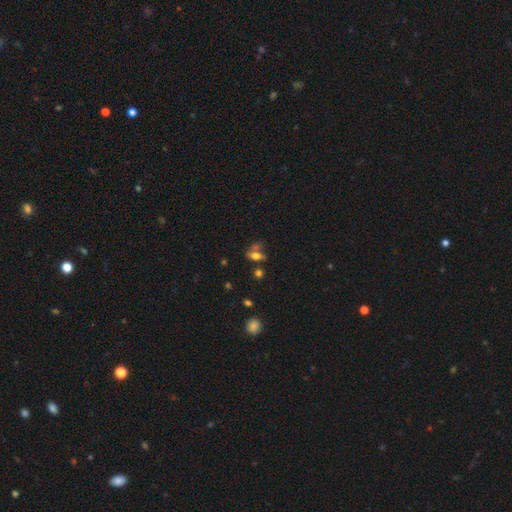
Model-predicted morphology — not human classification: Smooth or featured? smooth (62%)
How rounded? in between (69%)
Merging? none (41%)